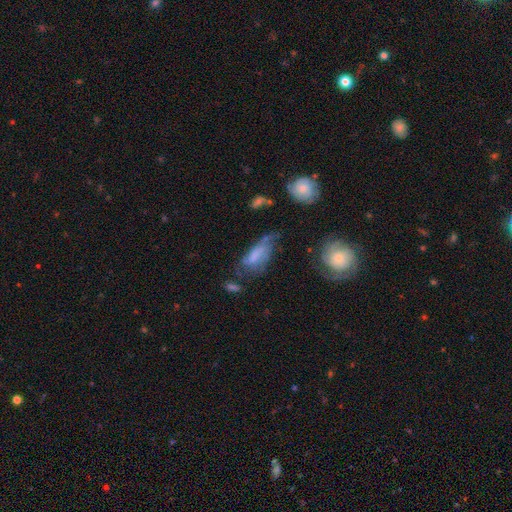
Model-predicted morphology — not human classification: Smooth or featured: smooth — 51% (featured or disk — 38%)
How rounded: in between — 79% (cigar-shaped — 17%)
Merging: major disturbance — 32% (none — 30%)